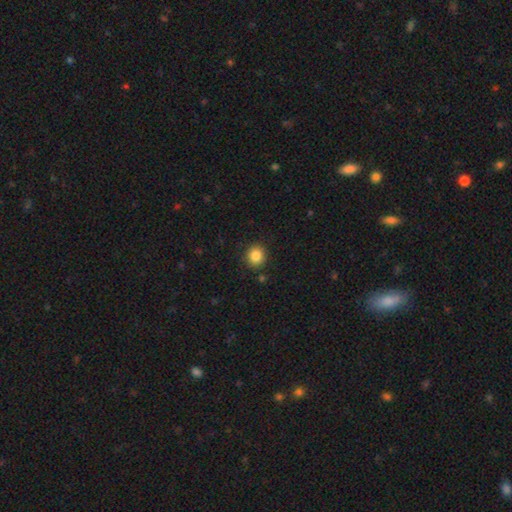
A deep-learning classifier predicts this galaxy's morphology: Smooth or featured? Predicted: smooth (p=0.86). How rounded? Predicted: round (p=0.80). Merging? Predicted: none (p=0.89).